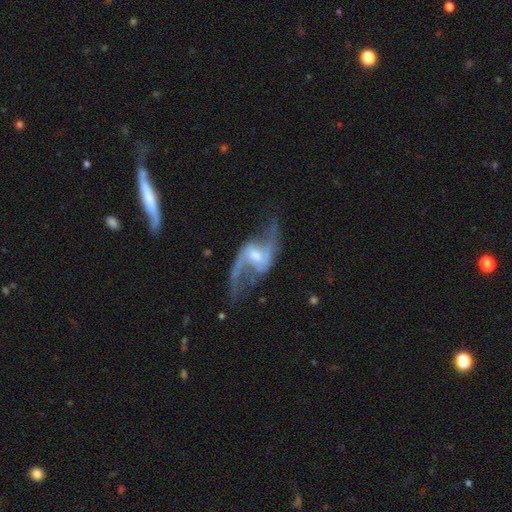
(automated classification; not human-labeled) Morphology: type=featured or disk (90%); edge-on=no (95%); bar=weak (51%); spiral arms=yes (96%); winding=loose (73%); arm count=2 (93%); bulge=moderate (52%); merging=none (68%).